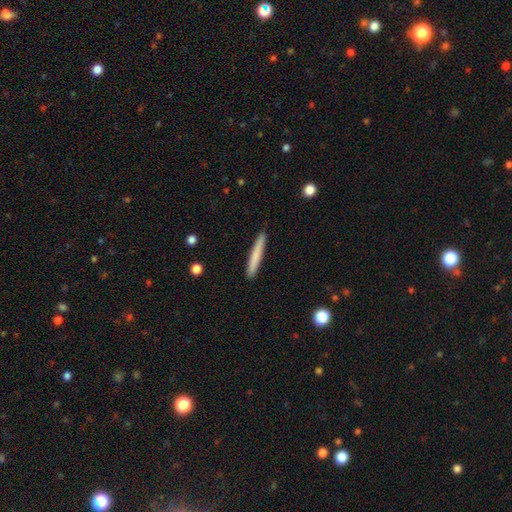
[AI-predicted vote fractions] smooth_or_featured: smooth (p=0.77) [alt: featured or disk p=0.18]
how_rounded: cigar-shaped (p=0.96) [alt: in between p=0.03]
merging: none (p=0.91) [alt: minor disturbance p=0.06]